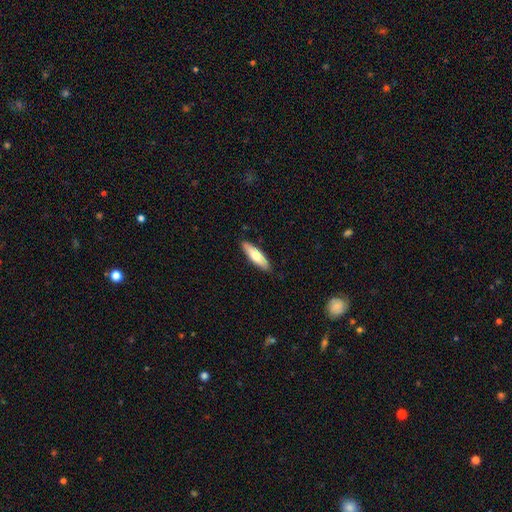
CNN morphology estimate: Smooth or featured? Predicted: smooth (p=0.64). How rounded? Predicted: cigar-shaped (p=0.57). Merging? Predicted: none (p=0.88).